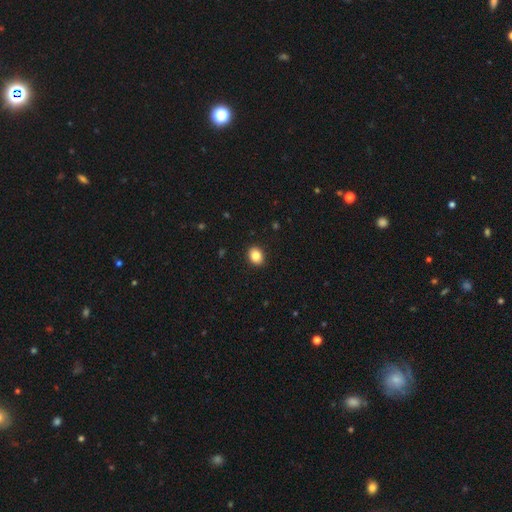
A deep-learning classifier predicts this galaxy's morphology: Overall: smooth (87%). How rounded: in between (61%; round 38%). Merging: none (91%).